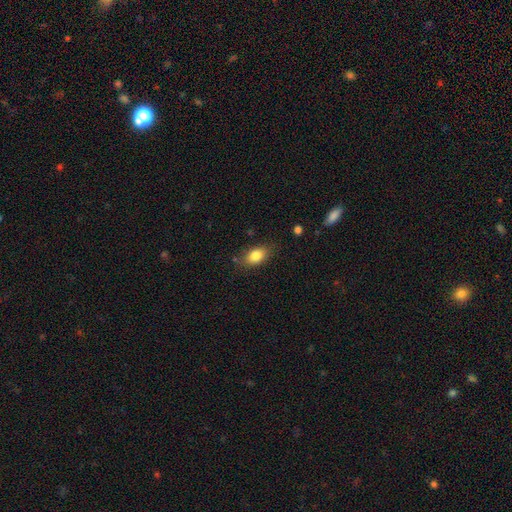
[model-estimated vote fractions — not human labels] This appears to be a smooth galaxy with no disk features (83%) that is in between round and cigar-shaped (86%). Merging: none (79%).